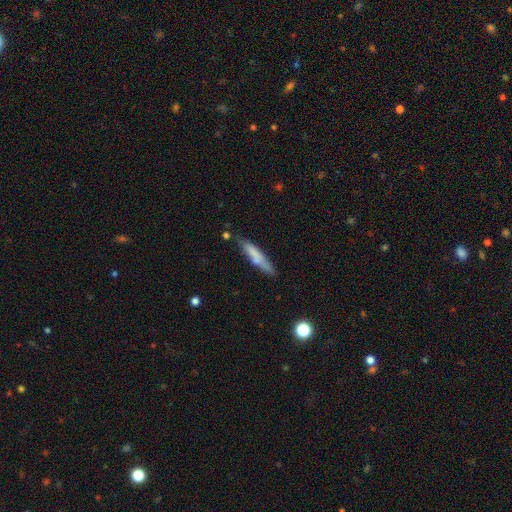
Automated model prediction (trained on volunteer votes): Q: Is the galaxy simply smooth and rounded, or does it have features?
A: smooth — 67%.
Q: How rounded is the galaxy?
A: cigar-shaped — 87%.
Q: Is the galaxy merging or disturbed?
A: none — 70%.